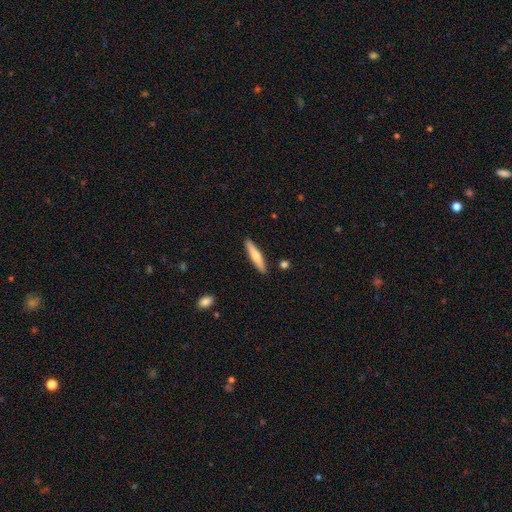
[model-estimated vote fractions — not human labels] smooth_or_featured: smooth (p=0.56) [alt: featured or disk p=0.39]
how_rounded: cigar-shaped (p=0.88) [alt: in between p=0.10]
merging: none (p=0.90) [alt: minor disturbance p=0.07]